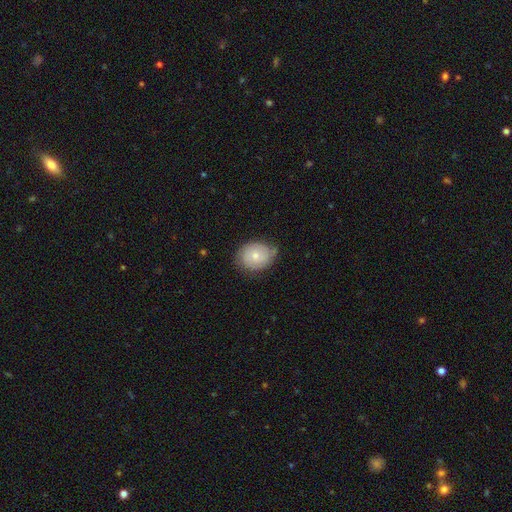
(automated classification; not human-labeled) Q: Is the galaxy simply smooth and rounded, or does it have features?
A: smooth — 58%.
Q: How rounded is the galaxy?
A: round — 57%.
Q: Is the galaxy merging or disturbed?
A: none — 62%.